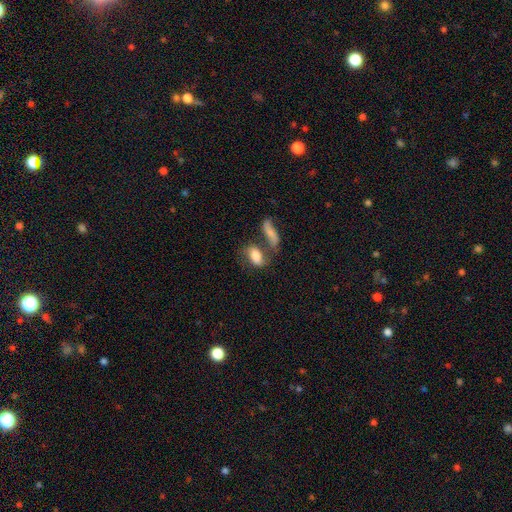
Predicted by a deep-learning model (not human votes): A smooth galaxy with no disk features (65%) that is in between round and cigar-shaped (85%). Merging: merger (44%).